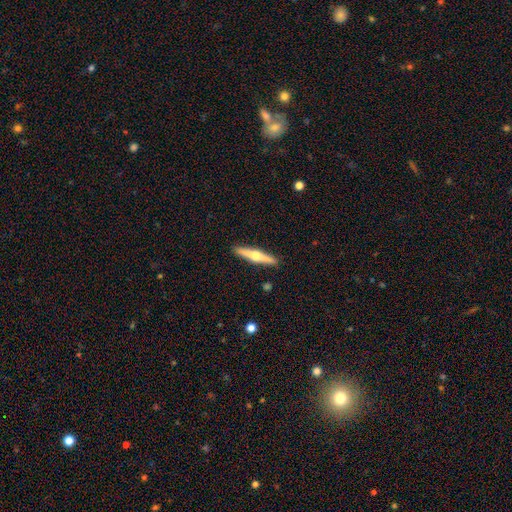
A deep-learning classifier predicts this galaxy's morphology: The model was most divided on "smooth or featured": featured or disk: 64%, smooth: 31%, star or artifact: 5%. More confident: edge-on disk — yes (97%); edge-on bulge — rounded (94%); merging — none (91%).